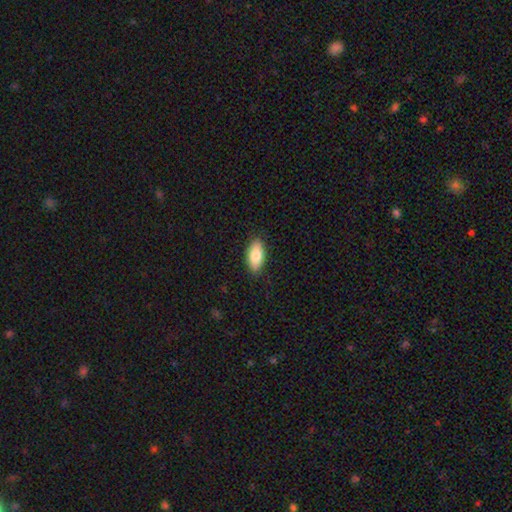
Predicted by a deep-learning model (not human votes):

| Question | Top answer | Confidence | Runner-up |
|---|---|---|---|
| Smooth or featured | smooth | 80% | featured or disk (14%) |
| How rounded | in between | 90% | cigar-shaped (7%) |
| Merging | none | 88% | minor disturbance (9%) |